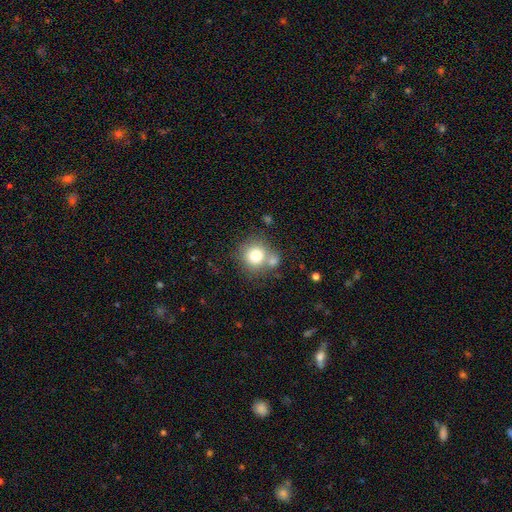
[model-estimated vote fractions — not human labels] A smooth galaxy with no disk features (76%) that is round (87%). Merging: none (59%).